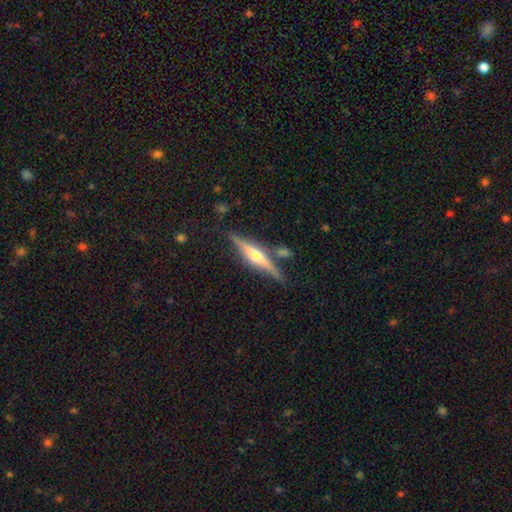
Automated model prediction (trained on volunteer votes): featured or disk 74%, smooth 20%, star or artifact 6%. Down the decision tree: edge-on disk — yes (97%); edge-on bulge — rounded (89%); merging — none (79%).